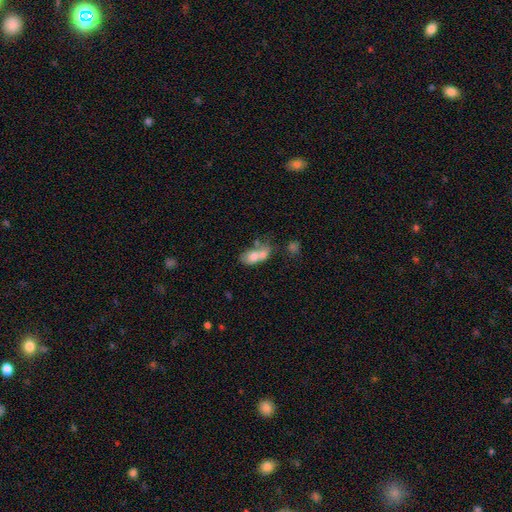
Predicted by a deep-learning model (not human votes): Smooth or featured? smooth (67%)
How rounded? in between (78%)
Merging? merger (61%)